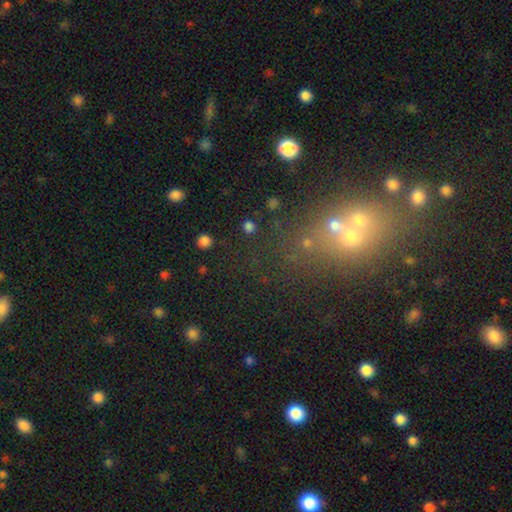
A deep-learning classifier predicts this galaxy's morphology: smooth-or-featured: star or artifact: 41% | smooth: 37% | featured or disk: 23%